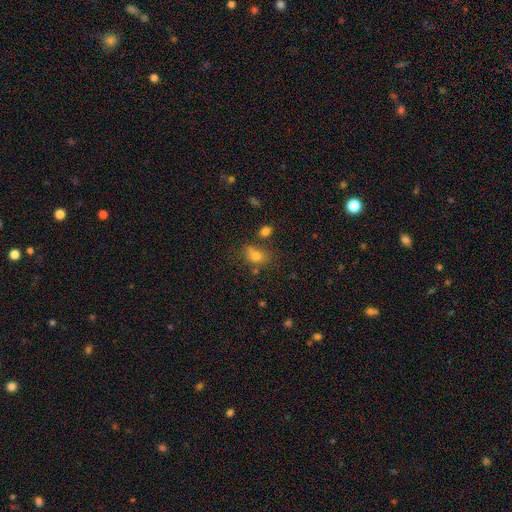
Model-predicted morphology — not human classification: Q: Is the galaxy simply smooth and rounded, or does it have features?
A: smooth — 75%.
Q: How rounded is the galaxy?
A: in between — 70%.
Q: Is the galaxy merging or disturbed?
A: none — 59%.